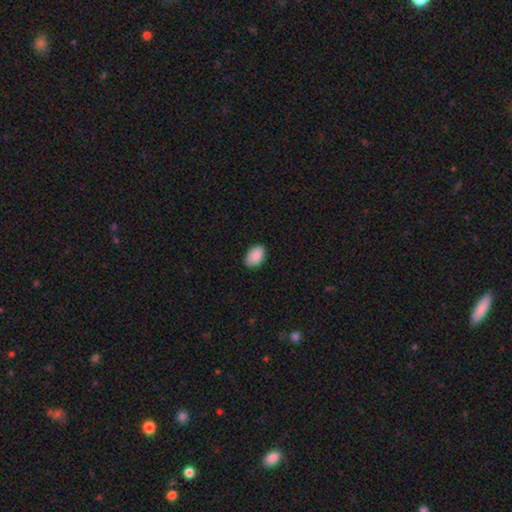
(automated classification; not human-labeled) Smooth or featured?
  - smooth: 89% *
  - star or artifact: 7%
  - featured or disk: 4%
How rounded?
  - in between: 89% *
  - round: 10%
  - cigar-shaped: 1%
Merging?
  - none: 86% *
  - minor disturbance: 11%
  - major disturbance: 2%
  - merger: 1%